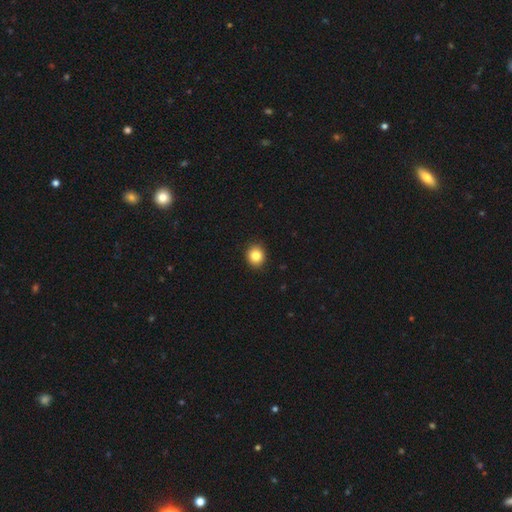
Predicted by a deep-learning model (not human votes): Overall: smooth (84%). How rounded: round (80%). Merging: none (92%).